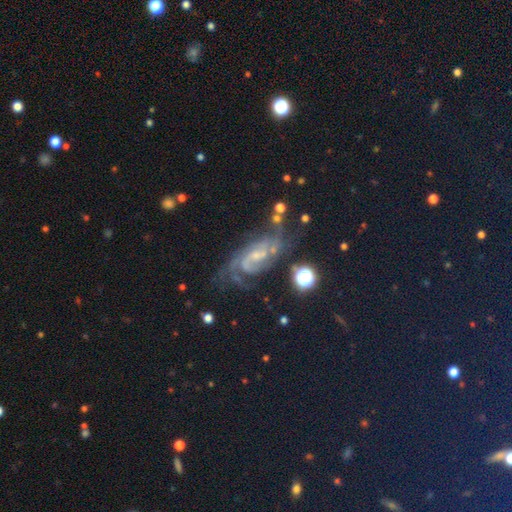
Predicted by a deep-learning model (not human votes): Smooth or featured? featured or disk (82%)
Edge-on disk? no (94%)
Bar? weak (46%)
Spiral arms? yes (96%)
Spiral winding? medium (46%)
Spiral arm count? 2 (39%)
Bulge size? small (64%)
Merging? none (59%)